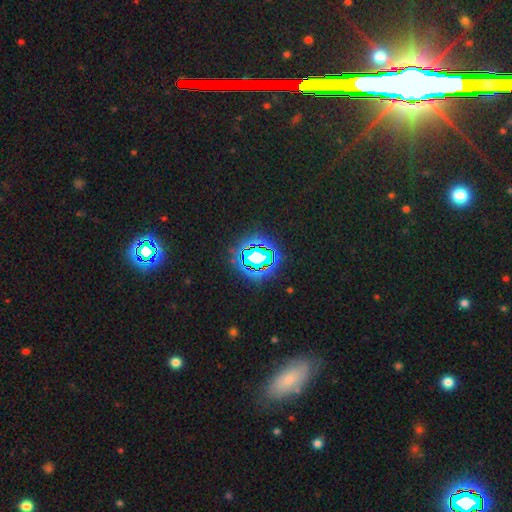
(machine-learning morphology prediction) The model was most divided on "smooth or featured": star or artifact: 74%, smooth: 15%, featured or disk: 11%.